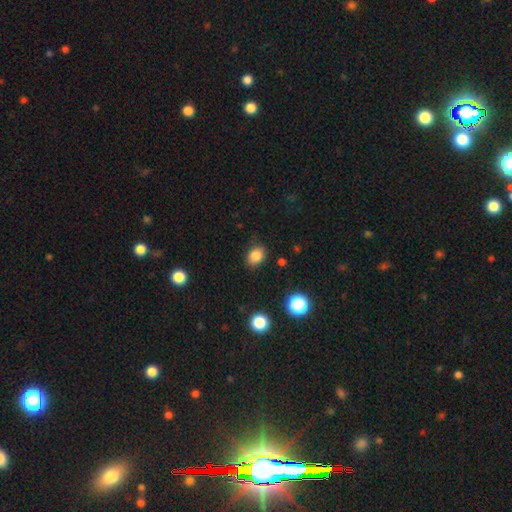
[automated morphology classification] This appears to be a smooth galaxy with no disk features (85%) that is in between round and cigar-shaped (52%). Merging: none (81%).